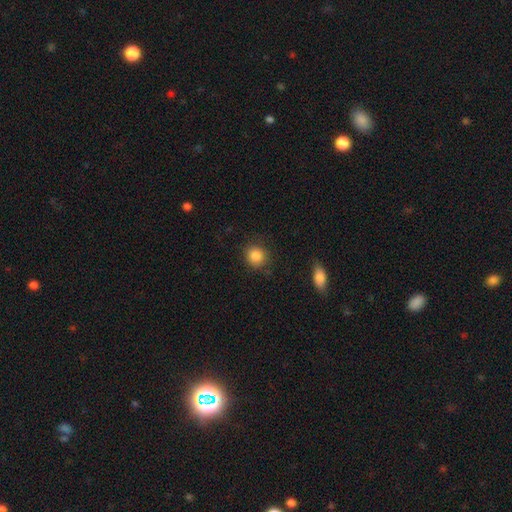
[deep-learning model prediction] Smooth or featured? Predicted: smooth (p=0.86). How rounded? Predicted: round (p=0.87). Merging? Predicted: none (p=0.85).